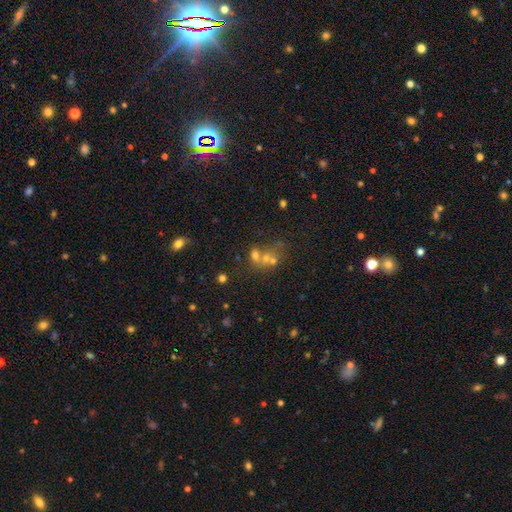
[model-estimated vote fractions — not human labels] Overall: star or artifact (56%; smooth 30%).